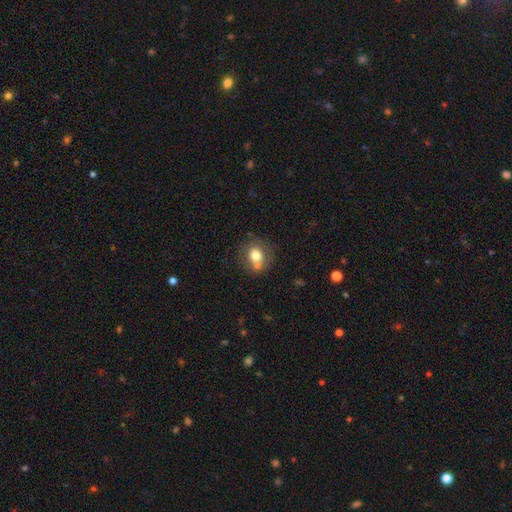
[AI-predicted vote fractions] Smooth or featured?
  - smooth: 73% *
  - featured or disk: 17%
  - star or artifact: 10%
How rounded?
  - round: 75% *
  - in between: 24%
  - cigar-shaped: 1%
Merging?
  - none: 59% *
  - merger: 21%
  - minor disturbance: 15%
  - major disturbance: 5%